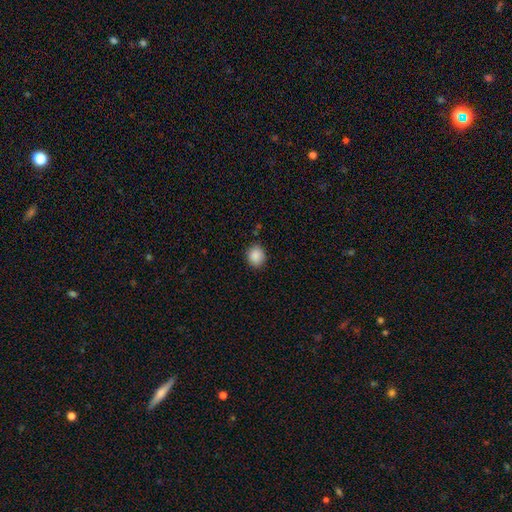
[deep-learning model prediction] Overall: smooth (89%). How rounded: round (73%). Merging: none (86%).